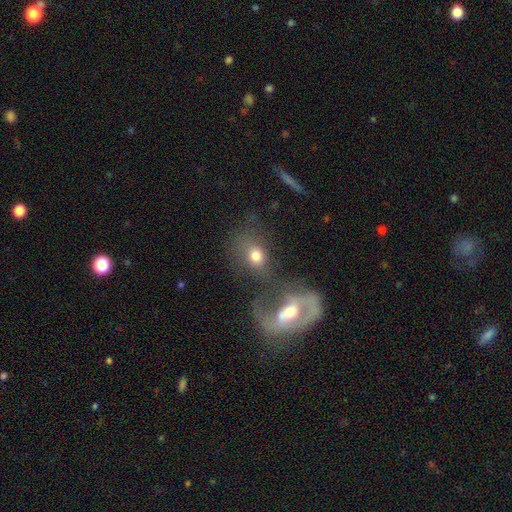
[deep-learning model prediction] Smooth or featured?
  - smooth: 60% *
  - featured or disk: 26%
  - star or artifact: 13%
How rounded?
  - in between: 53% *
  - round: 45%
  - cigar-shaped: 2%
Merging?
  - merger: 47% *
  - none: 27%
  - major disturbance: 14%
  - minor disturbance: 11%